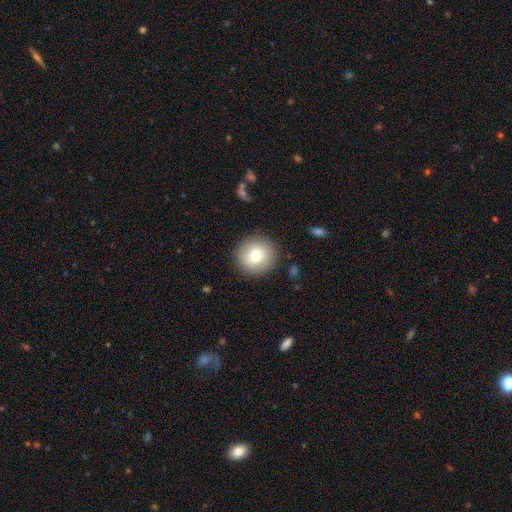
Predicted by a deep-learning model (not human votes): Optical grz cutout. It shows a smooth galaxy with no disk features (76%) that is round (95%). Merging: none (89%).